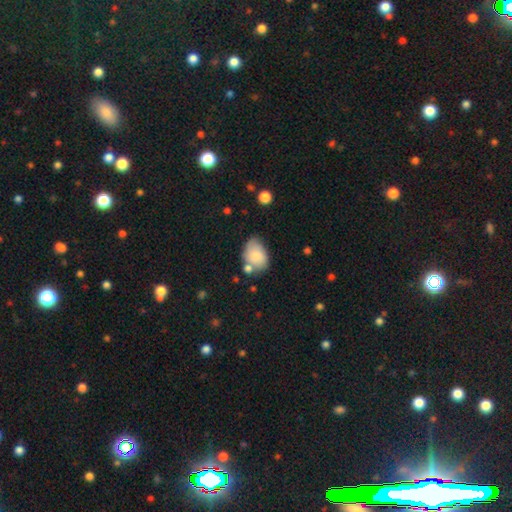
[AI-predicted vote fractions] A smooth galaxy with no disk features (76%) that is in between round and cigar-shaped (79%).

Vote fractions:
- Smooth or featured? smooth: 76% / featured or disk: 16% / star or artifact: 7%
- How rounded? in between: 79% / round: 20% / cigar-shaped: 1%
- Merging? none: 49% / minor disturbance: 29% / merger: 14% / major disturbance: 8%